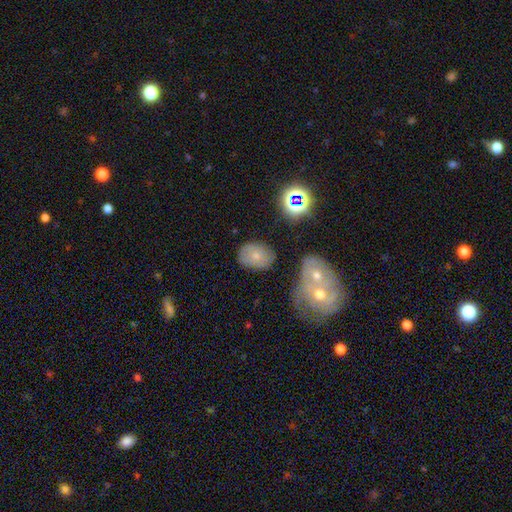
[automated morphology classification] A smooth galaxy with no disk features (67%) that is in between round and cigar-shaped (70%). Merging: none (71%).